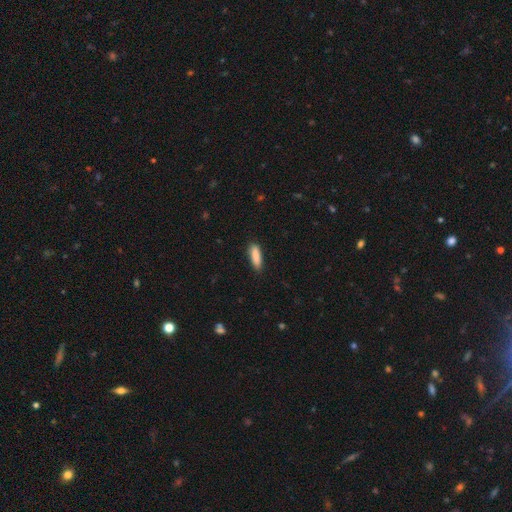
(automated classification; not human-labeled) A smooth galaxy with no disk features (88%) that is cigar-shaped (57%). Merging: none (85%).